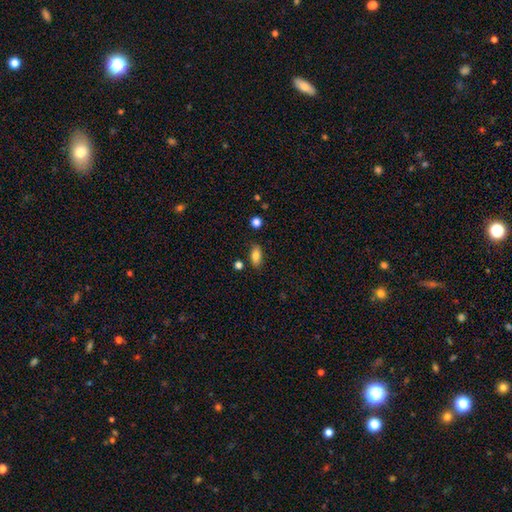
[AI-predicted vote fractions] The model was most divided on "merging": none: 81%, minor disturbance: 12%, merger: 3%, major disturbance: 3%. More confident: how rounded — in between (86%); smooth or featured — smooth (84%).